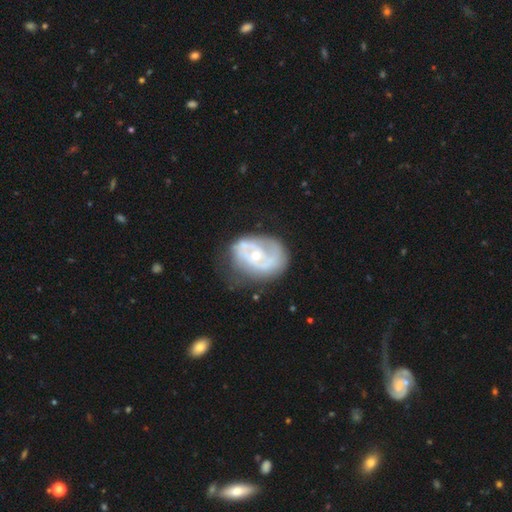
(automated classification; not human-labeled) Morphology: type=featured or disk (78%); edge-on=no (97%); bar=no (66%); spiral arms=yes (78%); winding=tight (44%); arm count=2 (49%); bulge=small (52%); merging=none (51%).